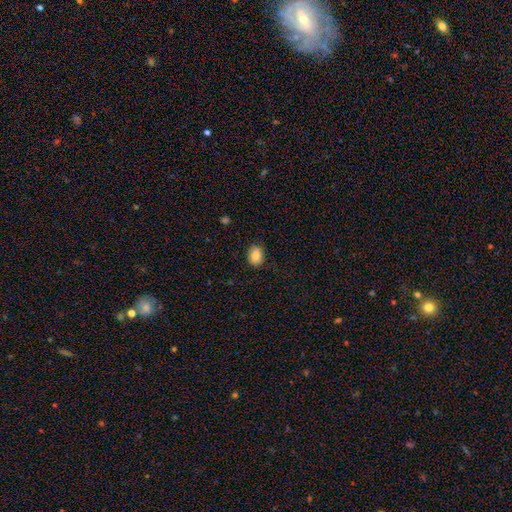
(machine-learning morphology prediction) A smooth galaxy with no disk features (83%) that is in between round and cigar-shaped (56%).

Vote fractions:
- Smooth or featured? smooth: 83% / star or artifact: 9% / featured or disk: 8%
- How rounded? in between: 56% / round: 43% / cigar-shaped: 1%
- Merging? none: 86% / minor disturbance: 11% / major disturbance: 2% / merger: 1%